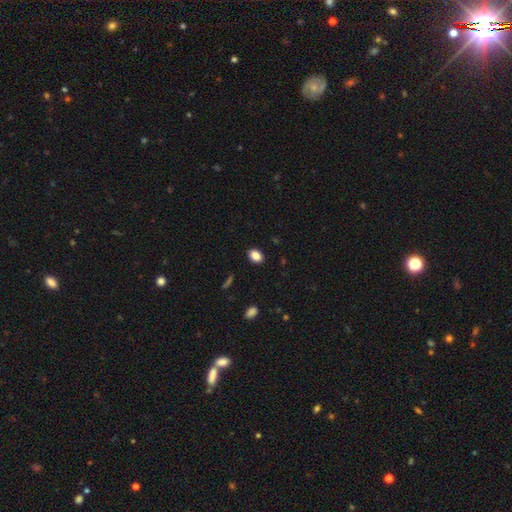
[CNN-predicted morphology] This is clearly a smooth galaxy (86%). How rounded: likely in between (76%). Merging: clearly none (89%).